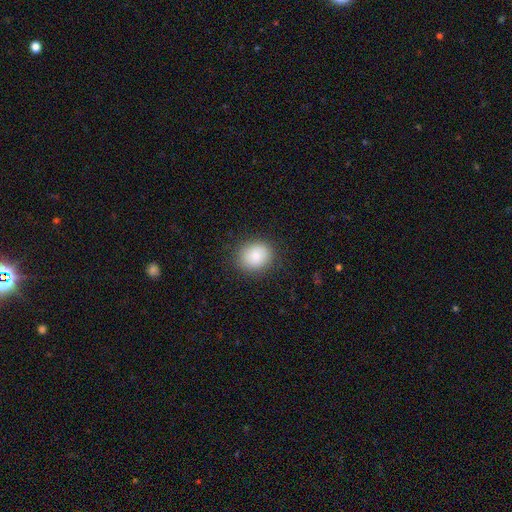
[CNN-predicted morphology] This is clearly a smooth galaxy (83%). How rounded: likely round (71%). Merging: clearly none (86%).